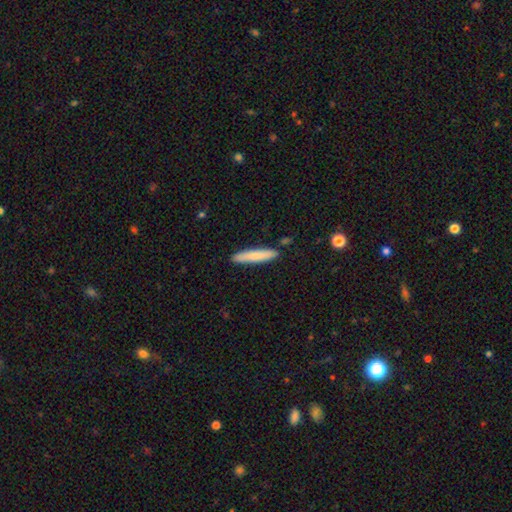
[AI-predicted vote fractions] smooth 78%, featured or disk 17%, star or artifact 5%. Down the decision tree: how rounded — cigar-shaped (91%); merging — none (88%).